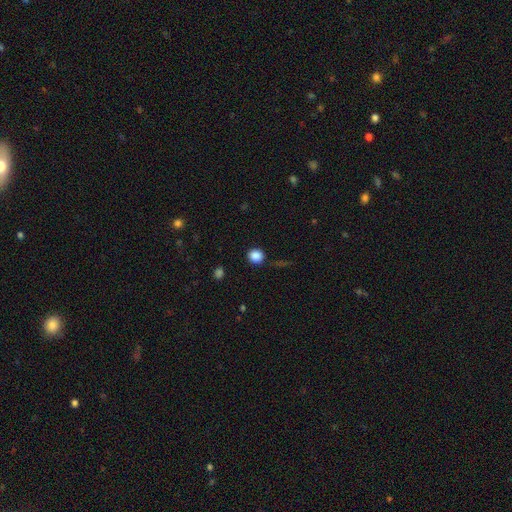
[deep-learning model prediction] smooth-or-featured: smooth: 86% | star or artifact: 10% | featured or disk: 3%
  how-rounded: round: 83% | in between: 16% | cigar-shaped: 1%
  merging: none: 87% | minor disturbance: 9% | major disturbance: 3% | merger: 2%